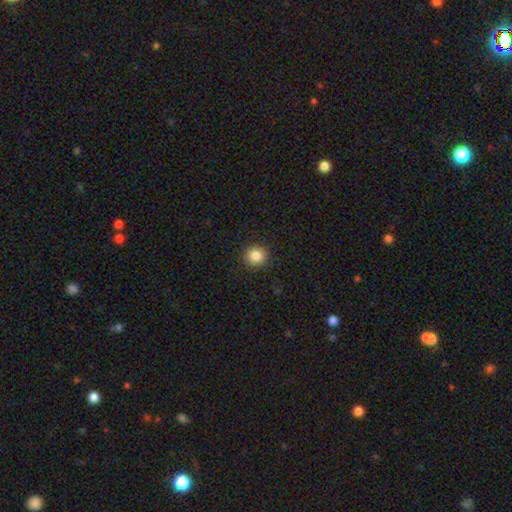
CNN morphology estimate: Overall: smooth (85%). How rounded: round (93%). Merging: none (92%).